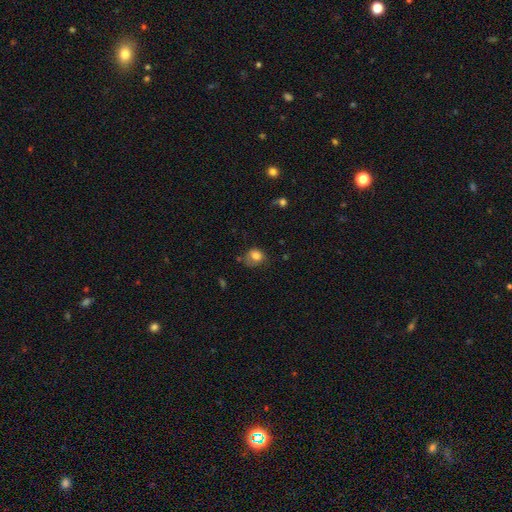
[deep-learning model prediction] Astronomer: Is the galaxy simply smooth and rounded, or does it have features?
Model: smooth — 77%.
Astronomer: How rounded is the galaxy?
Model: round — 61% (runner-up: in between, 38%).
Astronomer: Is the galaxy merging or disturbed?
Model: none — 48% (runner-up: minor disturbance, 30%).